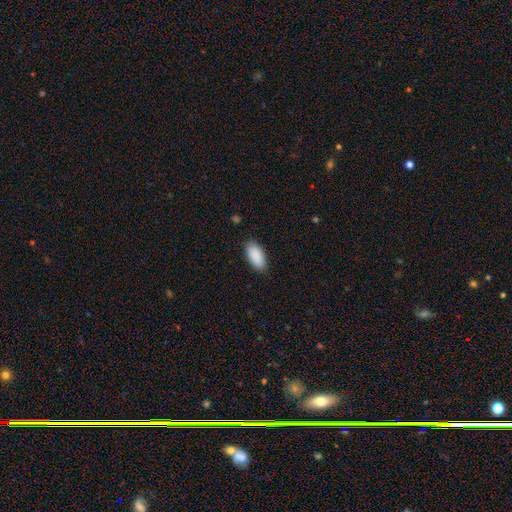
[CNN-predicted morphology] Overall: smooth (91%). How rounded: in between (93%). Merging: none (86%).